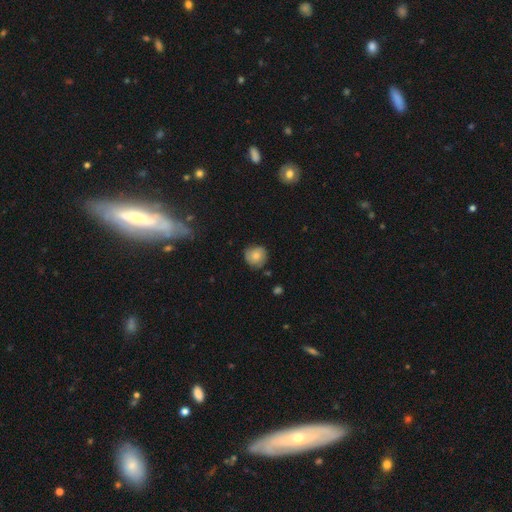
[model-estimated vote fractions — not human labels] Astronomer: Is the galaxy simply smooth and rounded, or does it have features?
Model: smooth — 75%.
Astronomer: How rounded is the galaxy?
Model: round — 88%.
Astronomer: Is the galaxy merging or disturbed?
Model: none — 73%.